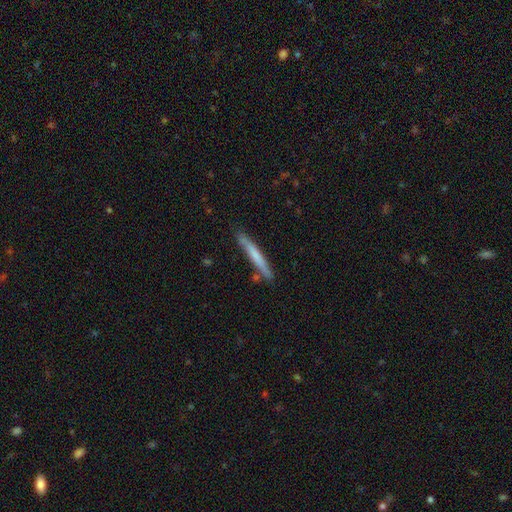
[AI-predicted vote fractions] A smooth galaxy with no disk features (60%) that is cigar-shaped (96%).

Vote fractions:
- Smooth or featured? smooth: 60% / featured or disk: 34% / star or artifact: 6%
- How rounded? cigar-shaped: 96% / in between: 3% / round: 1%
- Merging? none: 83% / minor disturbance: 12% / merger: 3% / major disturbance: 2%